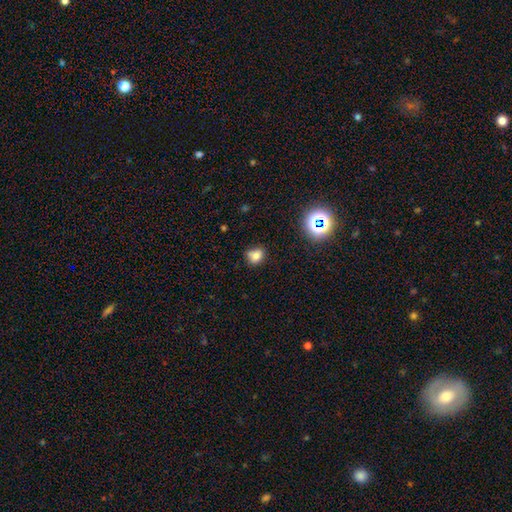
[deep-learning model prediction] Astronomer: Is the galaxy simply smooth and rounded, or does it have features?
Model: smooth — 77%.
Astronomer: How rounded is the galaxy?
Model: round — 58% (runner-up: in between, 41%).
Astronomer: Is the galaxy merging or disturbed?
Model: none — 61%.